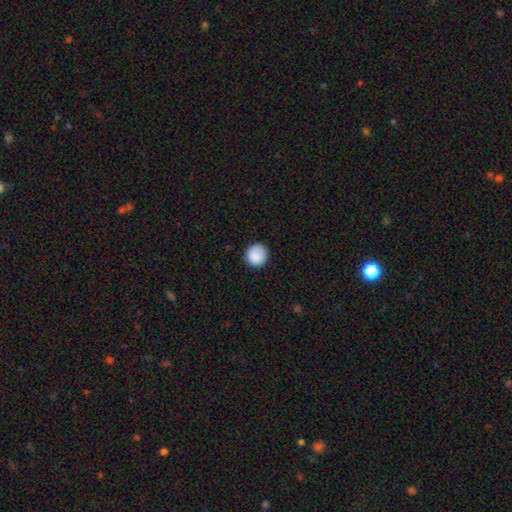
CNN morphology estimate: Smooth or featured?
  - smooth: 88% *
  - star or artifact: 8%
  - featured or disk: 4%
How rounded?
  - round: 92% *
  - in between: 7%
  - cigar-shaped: 1%
Merging?
  - none: 86% *
  - minor disturbance: 11%
  - major disturbance: 2%
  - merger: 1%